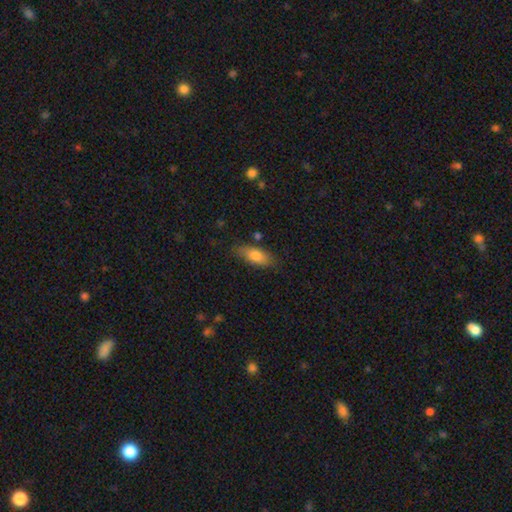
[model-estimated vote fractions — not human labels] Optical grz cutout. It shows a smooth galaxy with no disk features (78%) that is in between round and cigar-shaped (79%). Merging: none (77%).